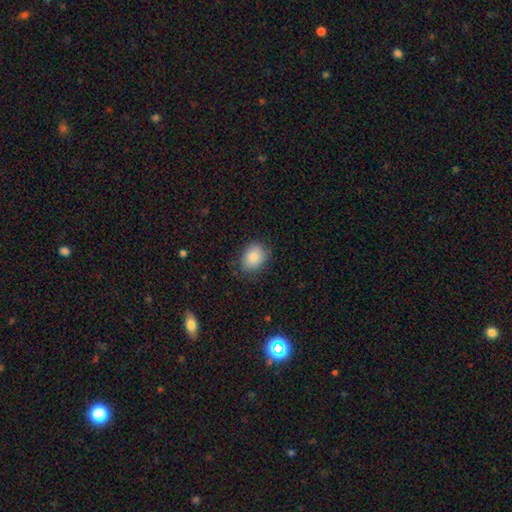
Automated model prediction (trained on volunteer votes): smooth 82%, star or artifact 11%, featured or disk 7%. Down the decision tree: how rounded — in between (50%); merging — none (81%).